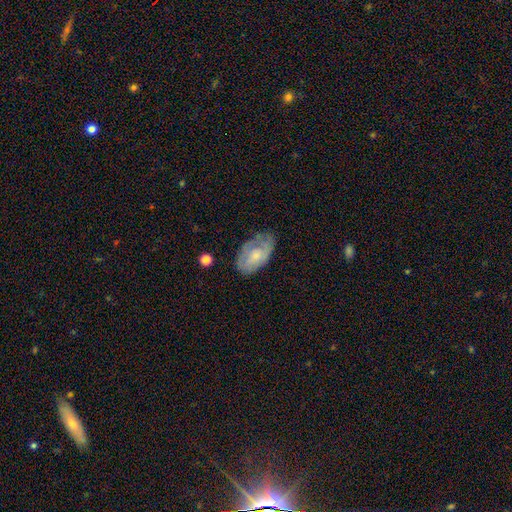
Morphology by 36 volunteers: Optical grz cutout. It shows a smooth galaxy with no disk features (53%) that is in between round and cigar-shaped (95%). Merging: none (73%).